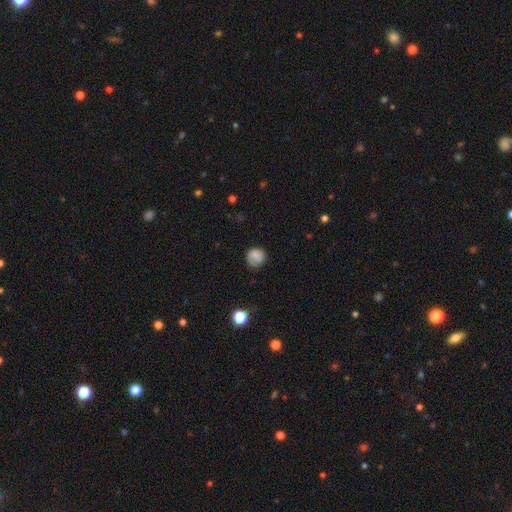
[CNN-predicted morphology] type=smooth (80%); roundness=round (84%); merging=none (70%).